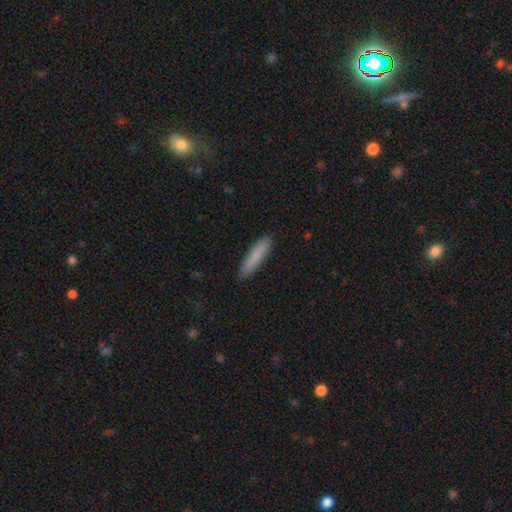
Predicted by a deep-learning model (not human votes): This is clearly a smooth galaxy (84%). How rounded: clearly cigar-shaped (86%). Merging: clearly none (88%).